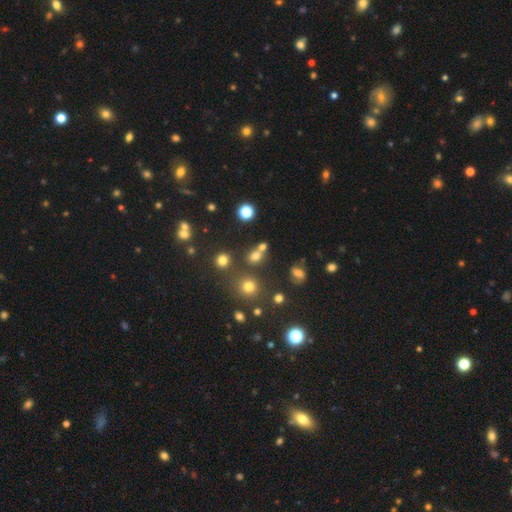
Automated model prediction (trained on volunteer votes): smooth-or-featured: smooth: 67% | star or artifact: 22% | featured or disk: 10%
  how-rounded: round: 66% | in between: 32% | cigar-shaped: 2%
  merging: none: 56% | merger: 29% | minor disturbance: 11% | major disturbance: 5%